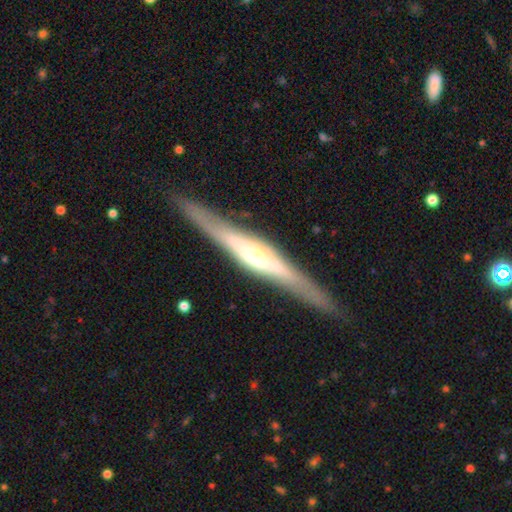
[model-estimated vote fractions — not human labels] Q: Smooth or featured?
A: featured or disk (79%); runner-up: smooth (15%)
Q: Edge-on disk?
A: yes (95%); runner-up: no (5%)
Q: Edge-on bulge?
A: rounded (69%); runner-up: boxy (22%)
Q: Merging?
A: none (87%); runner-up: minor disturbance (9%)